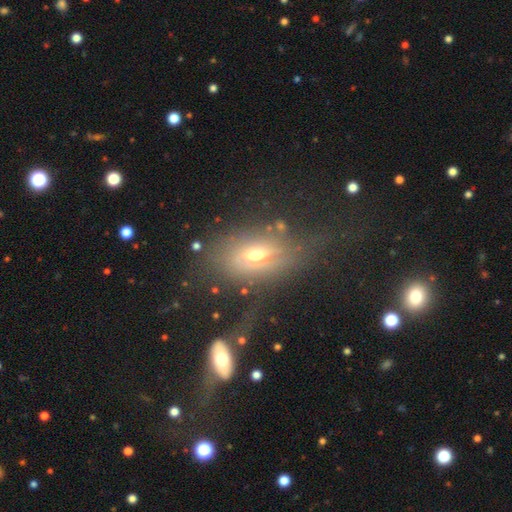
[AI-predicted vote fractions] Q: Smooth or featured?
A: featured or disk (46%); runner-up: smooth (41%)
Q: Merging?
A: none (41%); runner-up: major disturbance (31%)